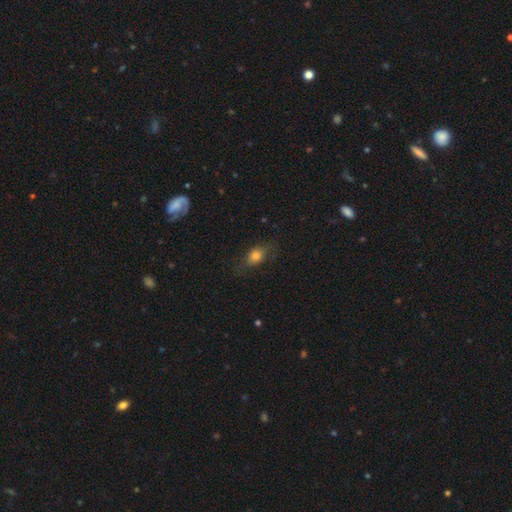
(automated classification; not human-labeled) Smooth or featured? Predicted: smooth (p=0.72). How rounded? Predicted: in between (p=0.69). Merging? Predicted: none (p=0.67).